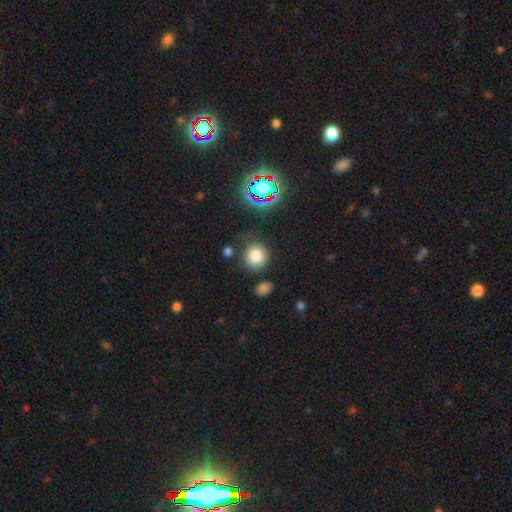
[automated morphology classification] Smooth or featured?
  - smooth: 79% *
  - star or artifact: 14%
  - featured or disk: 6%
How rounded?
  - round: 90% *
  - in between: 8%
  - cigar-shaped: 1%
Merging?
  - none: 80% *
  - minor disturbance: 11%
  - merger: 5%
  - major disturbance: 4%